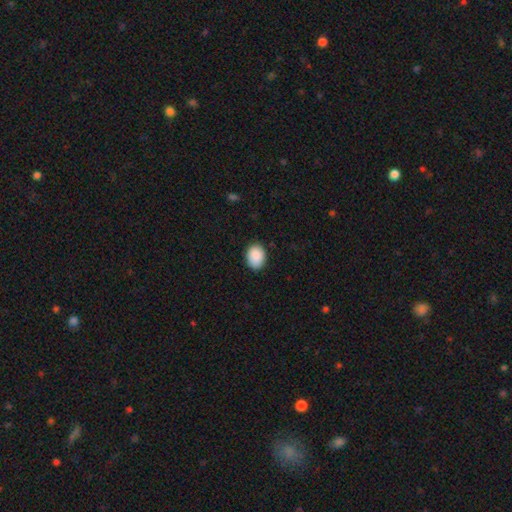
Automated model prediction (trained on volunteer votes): smooth-or-featured: smooth: 90% | star or artifact: 7% | featured or disk: 3%
  how-rounded: in between: 70% | round: 29% | cigar-shaped: 1%
  merging: none: 85% | minor disturbance: 12% | major disturbance: 2% | merger: 1%